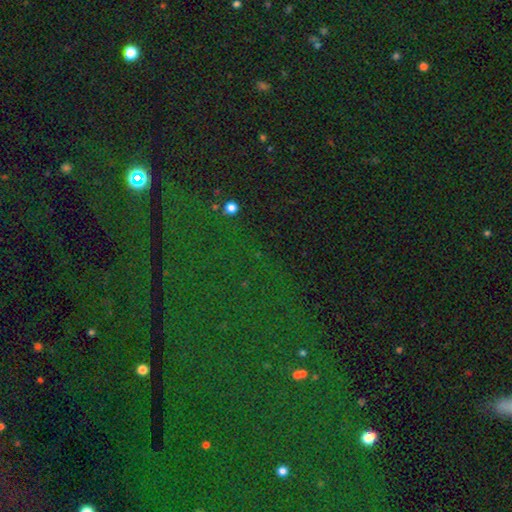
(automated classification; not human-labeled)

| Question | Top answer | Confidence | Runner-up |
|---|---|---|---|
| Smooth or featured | star or artifact | 85% | smooth (9%) |